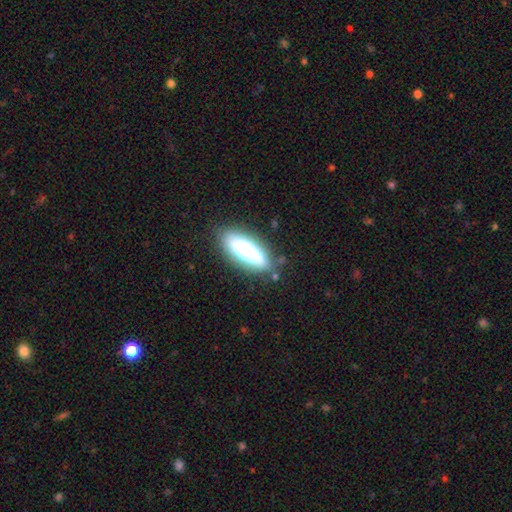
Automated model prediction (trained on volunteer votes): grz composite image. It shows a smooth galaxy with no disk features (70%) that is in between round and cigar-shaped (64%). Merging: none (75%).